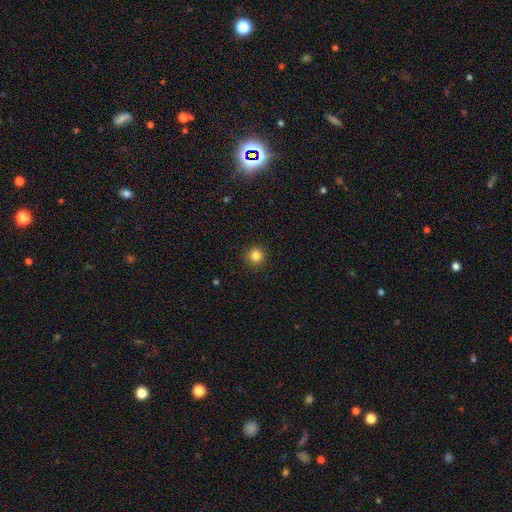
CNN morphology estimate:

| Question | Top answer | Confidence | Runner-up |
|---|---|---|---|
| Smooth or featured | smooth | 83% | star or artifact (12%) |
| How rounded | round | 95% | in between (4%) |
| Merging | none | 92% | minor disturbance (5%) |